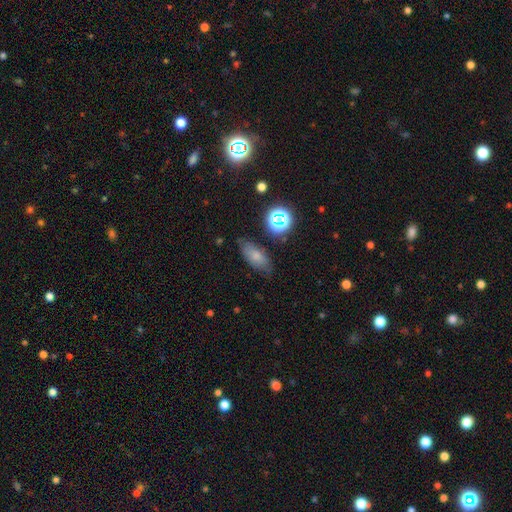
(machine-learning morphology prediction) Smooth or featured? smooth (70%)
How rounded? in between (81%)
Merging? none (71%)